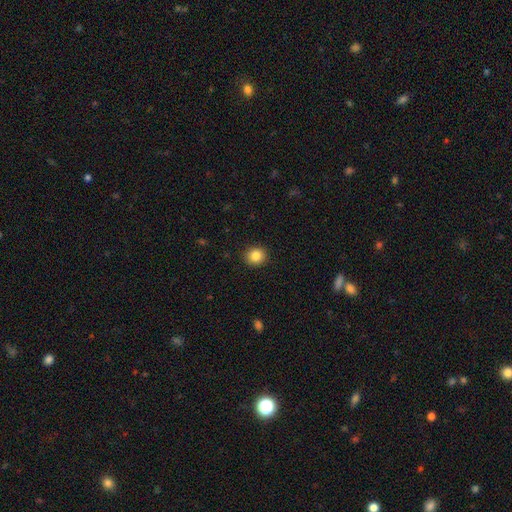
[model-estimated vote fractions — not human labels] This appears to be a smooth galaxy with no disk features (85%) that is round (84%). Merging: none (92%).